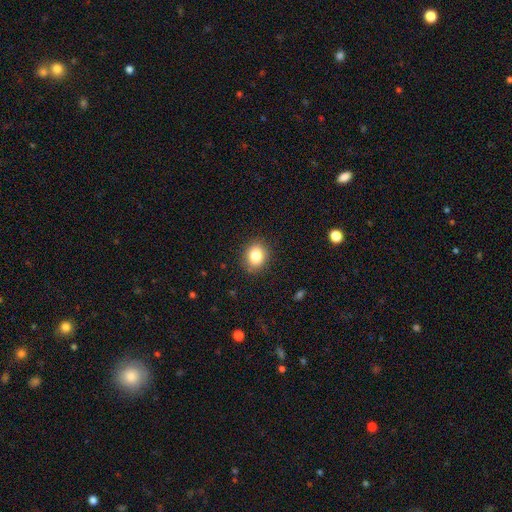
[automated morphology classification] This appears to be a smooth galaxy with no disk features (83%) that is round (63%). Merging: none (88%).